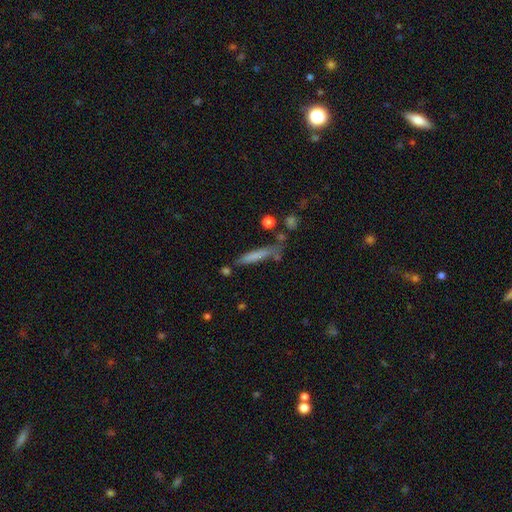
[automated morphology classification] type=smooth (69%); roundness=cigar-shaped (92%); merging=none (67%).